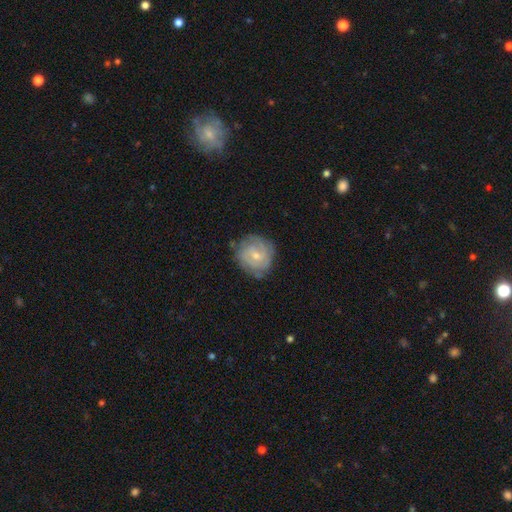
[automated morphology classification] Q: Smooth or featured?
A: featured or disk (67%); runner-up: smooth (27%)
Q: Edge-on disk?
A: no (98%); runner-up: yes (2%)
Q: Bar?
A: no (57%); runner-up: weak (38%)
Q: Spiral arms?
A: yes (85%); runner-up: no (15%)
Q: Spiral winding?
A: tight (67%); runner-up: medium (26%)
Q: Spiral arm count?
A: can't tell (41%); runner-up: 2 (30%)
Q: Bulge size?
A: small (58%); runner-up: moderate (38%)
Q: Merging?
A: none (74%); runner-up: minor disturbance (19%)